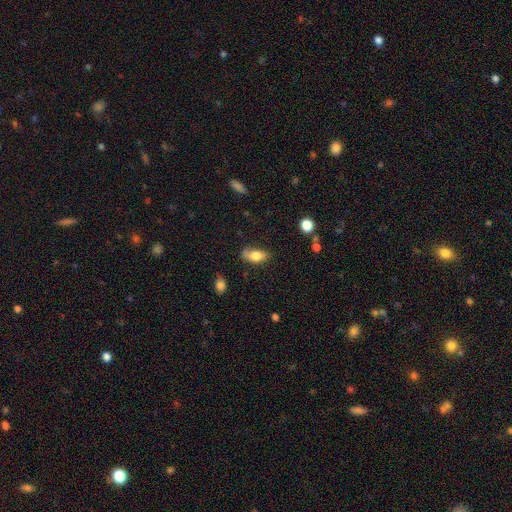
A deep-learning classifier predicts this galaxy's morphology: A smooth galaxy with no disk features (74%) that is in between round and cigar-shaped (87%).

Vote fractions:
- Smooth or featured? smooth: 74% / featured or disk: 18% / star or artifact: 8%
- How rounded? in between: 87% / cigar-shaped: 8% / round: 5%
- Merging? none: 54% / minor disturbance: 32% / major disturbance: 11% / merger: 4%